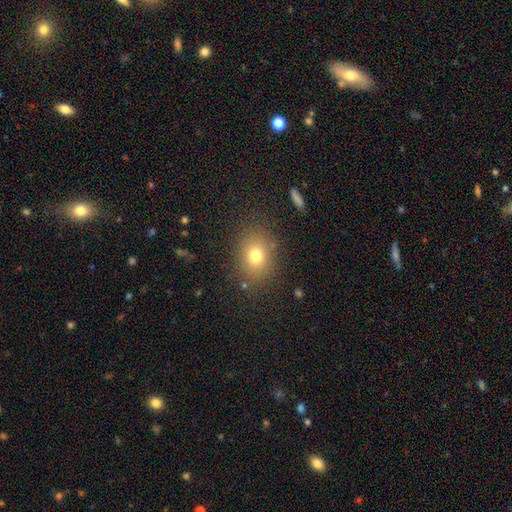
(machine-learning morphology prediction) A smooth galaxy with no disk features (74%) that is in between round and cigar-shaped (50%). Merging: none (83%).